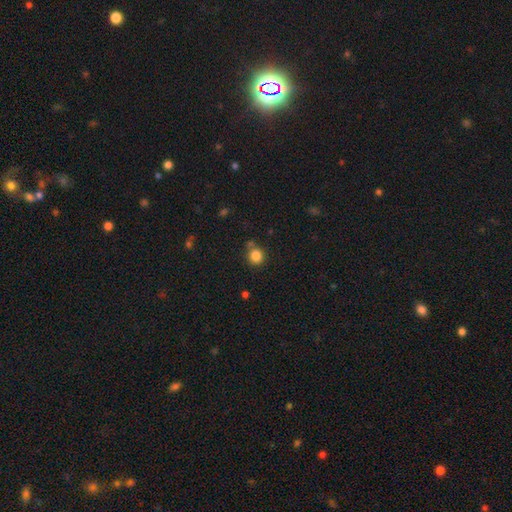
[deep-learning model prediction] smooth-or-featured: smooth: 84% | star or artifact: 11% | featured or disk: 4%
  how-rounded: round: 90% | in between: 9% | cigar-shaped: 1%
  merging: none: 75% | minor disturbance: 11% | merger: 11% | major disturbance: 3%